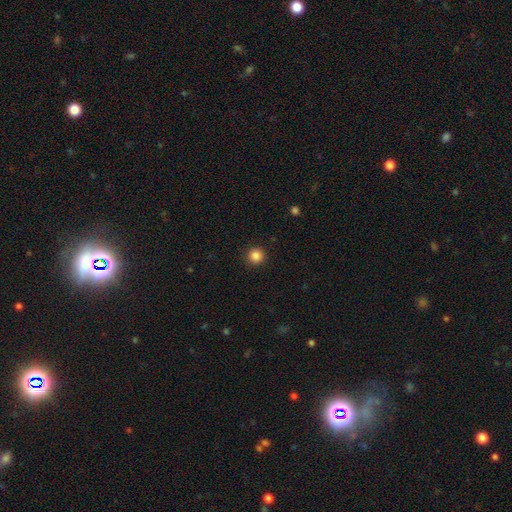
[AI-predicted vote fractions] A smooth galaxy with no disk features (86%) that is round (95%). Merging: none (92%).